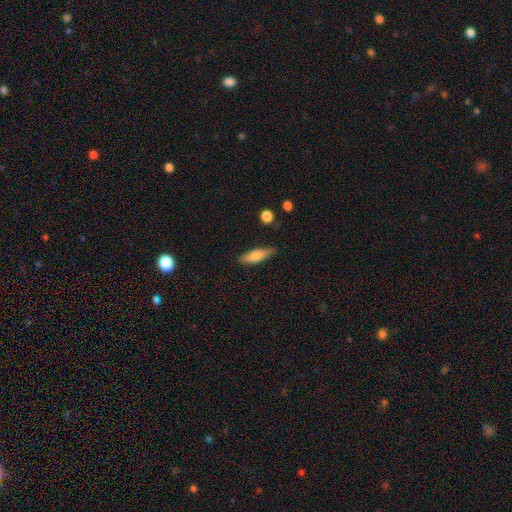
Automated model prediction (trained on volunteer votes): A smooth galaxy with no disk features (66%) that is cigar-shaped (57%).

Vote fractions:
- Smooth or featured? smooth: 66% / featured or disk: 28% / star or artifact: 7%
- How rounded? cigar-shaped: 57% / in between: 40% / round: 2%
- Merging? none: 82% / minor disturbance: 14% / major disturbance: 3% / merger: 2%